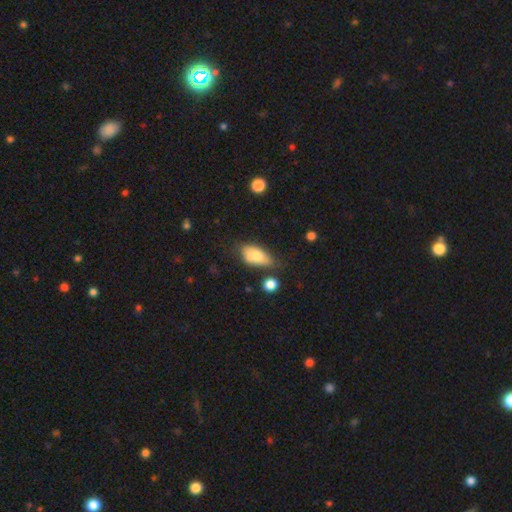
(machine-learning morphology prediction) This appears to be a smooth galaxy with no disk features (73%) that is in between round and cigar-shaped (89%). Merging: none (51%).